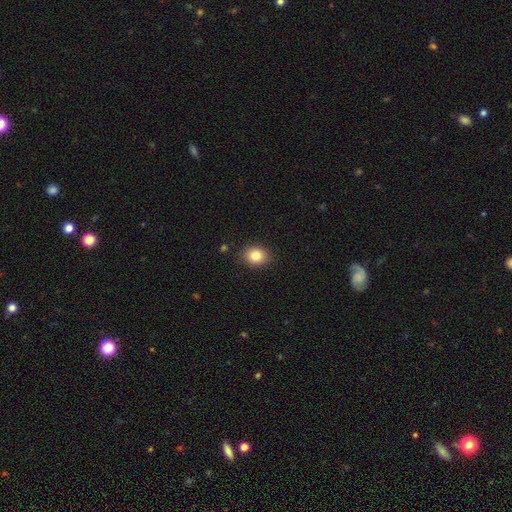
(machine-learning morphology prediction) Smooth or featured? smooth (84%)
How rounded? round (57%)
Merging? none (88%)